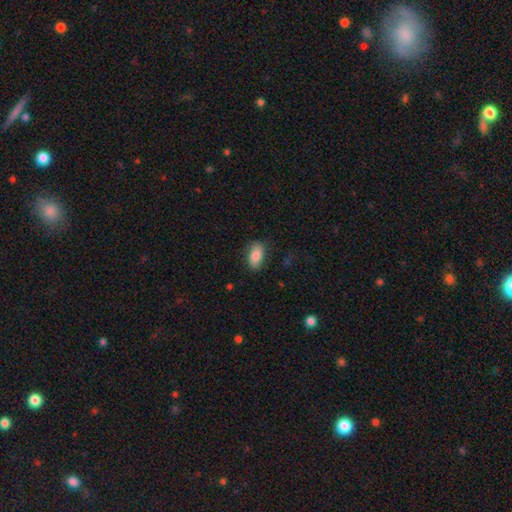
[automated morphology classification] type=smooth (79%); roundness=in between (91%); merging=none (80%).